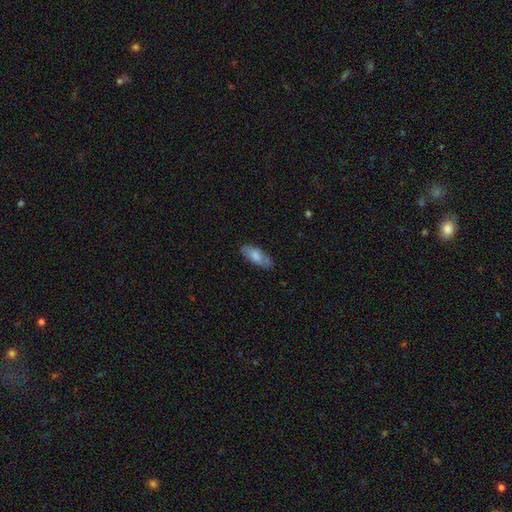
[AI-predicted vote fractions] This is likely a smooth galaxy (74%). How rounded: likely in between (78%). Merging: clearly none (81%).